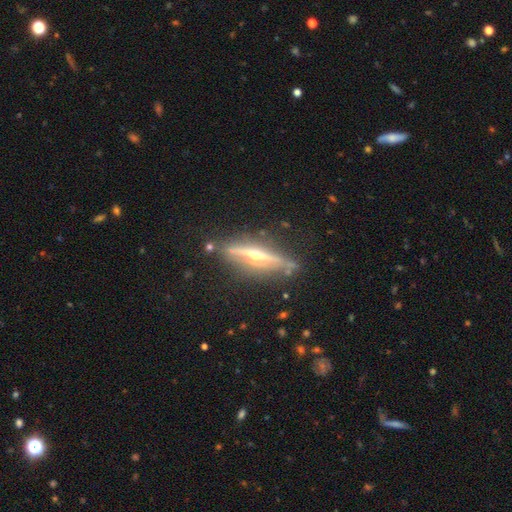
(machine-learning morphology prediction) smooth_or_featured: featured or disk (p=0.83) [alt: smooth p=0.11]
disk_edge_on: yes (p=0.95) [alt: no p=0.05]
edge_on_bulge: rounded (p=0.88) [alt: none p=0.08]
merging: none (p=0.79) [alt: minor disturbance p=0.14]